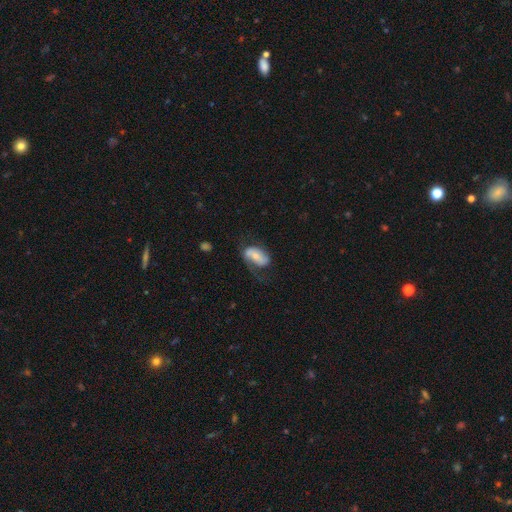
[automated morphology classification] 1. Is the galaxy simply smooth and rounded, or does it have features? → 53% featured or disk, 40% smooth, 7% star or artifact.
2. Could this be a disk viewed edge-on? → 94% no, 6% yes.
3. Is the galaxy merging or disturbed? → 47% none, 27% minor disturbance, 23% major disturbance, 2% merger.